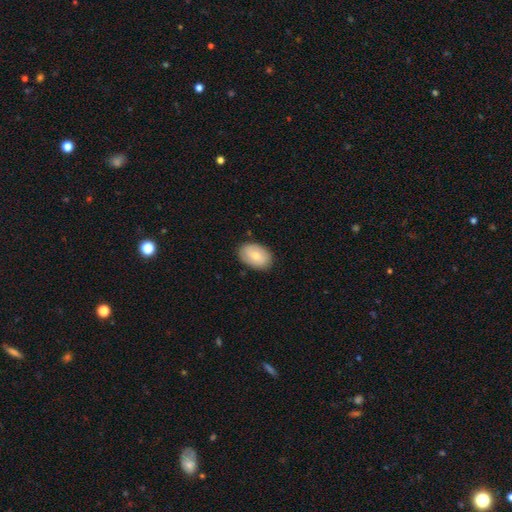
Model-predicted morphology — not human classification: A smooth galaxy with no disk features (74%) that is in between round and cigar-shaped (87%).

Vote fractions:
- Smooth or featured? smooth: 74% / featured or disk: 20% / star or artifact: 6%
- How rounded? in between: 87% / round: 12% / cigar-shaped: 1%
- Merging? none: 85% / minor disturbance: 12% / major disturbance: 2% / merger: 1%